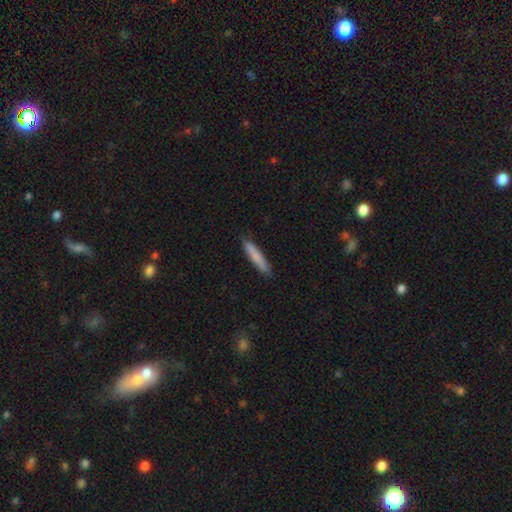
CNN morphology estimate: The model was most divided on "smooth or featured": smooth: 80%, featured or disk: 14%, star or artifact: 6%. More confident: how rounded — cigar-shaped (90%); merging — none (86%).